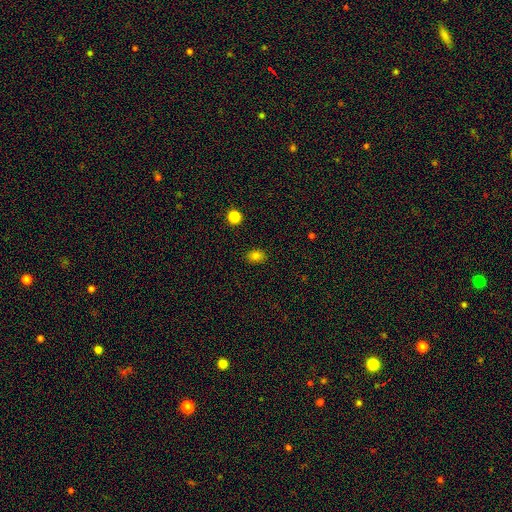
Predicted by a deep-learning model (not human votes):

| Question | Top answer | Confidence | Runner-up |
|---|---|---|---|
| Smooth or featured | smooth | 80% | star or artifact (14%) |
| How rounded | in between | 63% | round (36%) |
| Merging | none | 88% | minor disturbance (9%) |